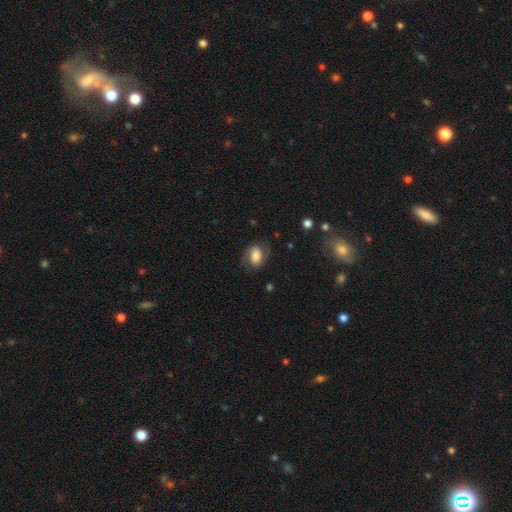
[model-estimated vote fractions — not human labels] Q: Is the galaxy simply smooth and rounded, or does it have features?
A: smooth — 52%.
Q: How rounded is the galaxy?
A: in between — 76%.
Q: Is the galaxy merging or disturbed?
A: none — 71%.